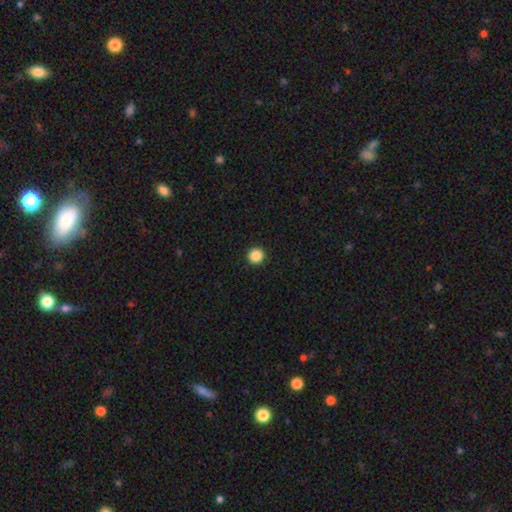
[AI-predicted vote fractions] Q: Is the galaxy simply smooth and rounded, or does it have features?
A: smooth — 87%.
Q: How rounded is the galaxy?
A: round — 96%.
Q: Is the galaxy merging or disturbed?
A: none — 94%.